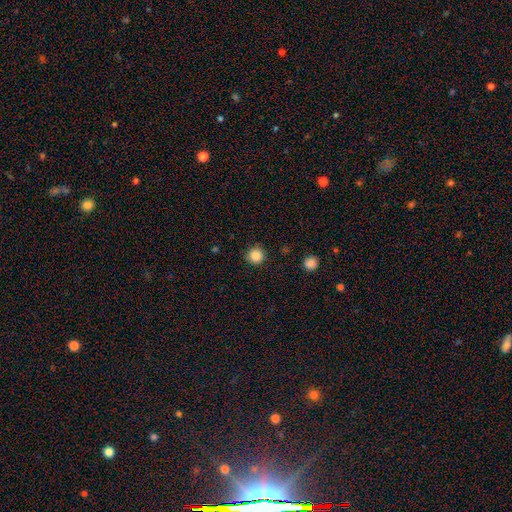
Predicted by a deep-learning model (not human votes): A smooth galaxy with no disk features (85%) that is round (95%).

Vote fractions:
- Smooth or featured? smooth: 85% / star or artifact: 11% / featured or disk: 4%
- How rounded? round: 95% / in between: 4% / cigar-shaped: 1%
- Merging? none: 91% / minor disturbance: 6% / major disturbance: 2% / merger: 1%